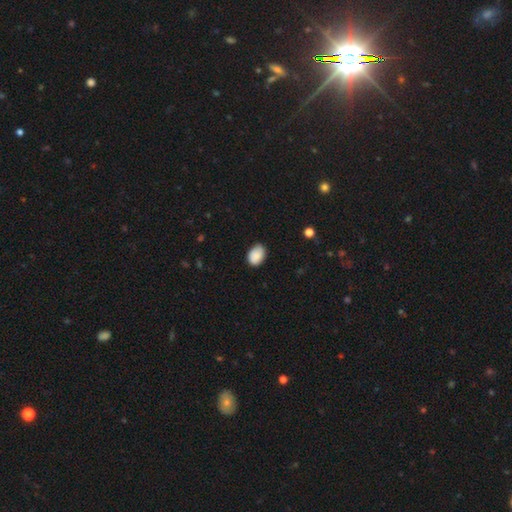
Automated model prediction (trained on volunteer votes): smooth 87%, star or artifact 7%, featured or disk 6%. Down the decision tree: how rounded — in between (79%); merging — none (74%).